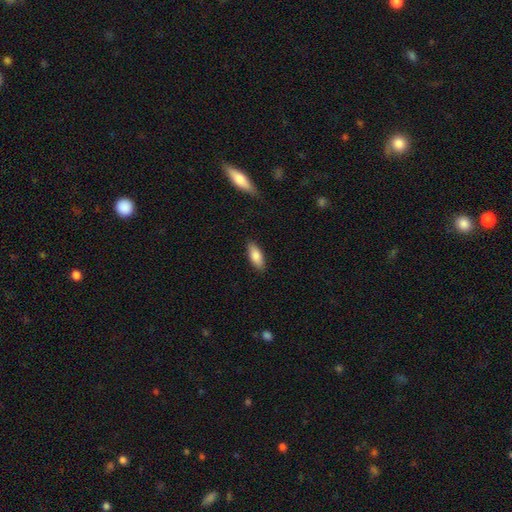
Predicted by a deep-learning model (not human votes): Smooth or featured: smooth — 84% (featured or disk — 10%)
How rounded: in between — 80% (cigar-shaped — 18%)
Merging: none — 87% (minor disturbance — 10%)